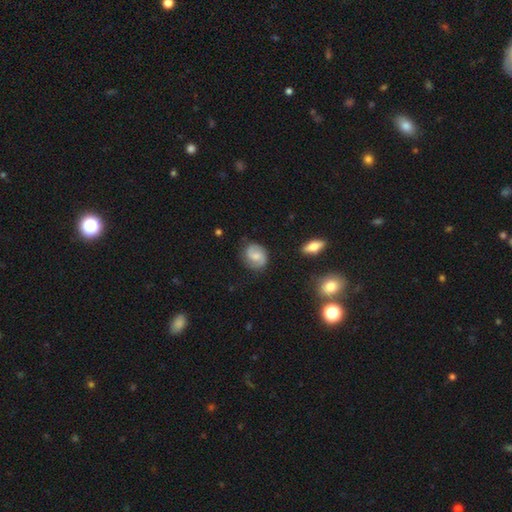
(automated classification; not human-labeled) This appears to be a featured or disk galaxy (52%) with no bar (47%), spiral arms (90%) and a moderate central bulge (43%). Merging: none (80%).